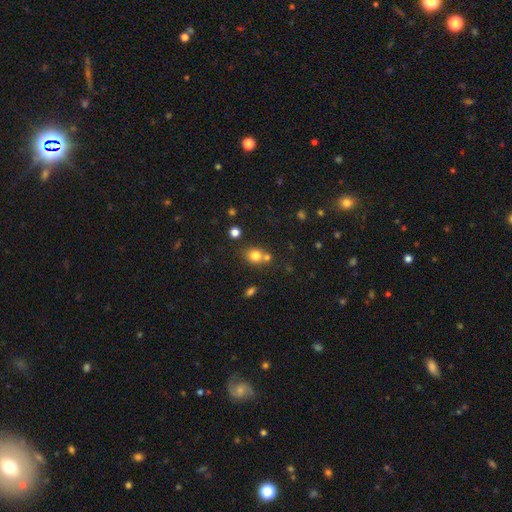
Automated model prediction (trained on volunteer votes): This is likely a smooth galaxy (78%). How rounded: likely round (72%). Merging: possibly none (55%).